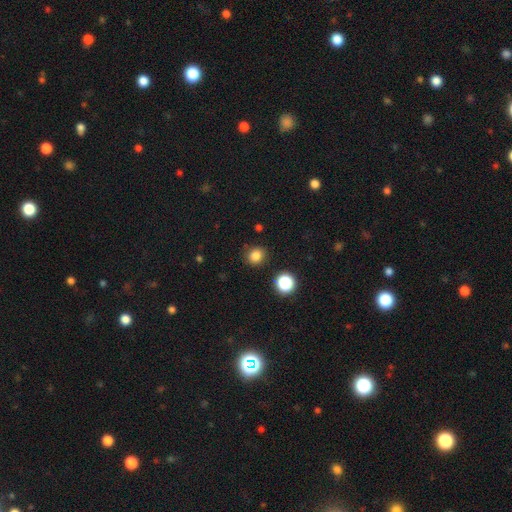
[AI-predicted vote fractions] Overall: smooth (82%). How rounded: round (83%). Merging: none (87%).